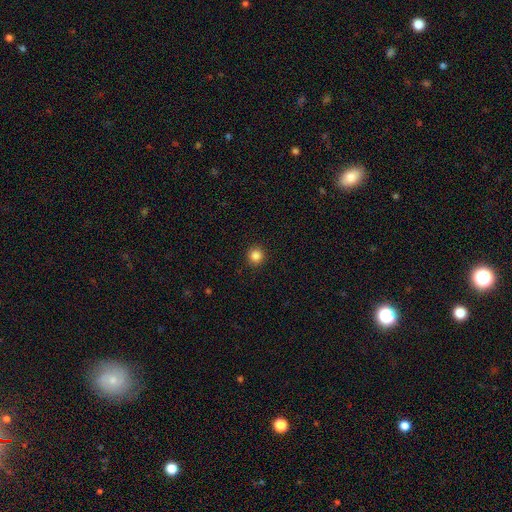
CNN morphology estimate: This is clearly a smooth galaxy (85%). How rounded: clearly round (93%). Merging: clearly none (93%).